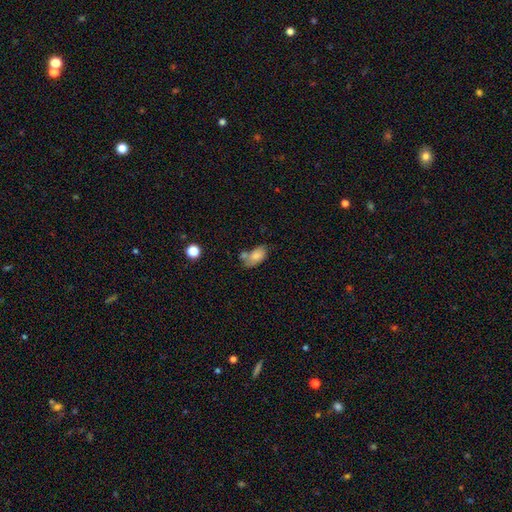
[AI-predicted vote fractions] The model was most divided on "merging": none: 42%, merger: 27%, minor disturbance: 23%, major disturbance: 8%. More confident: how rounded — in between (91%); smooth or featured — smooth (76%).